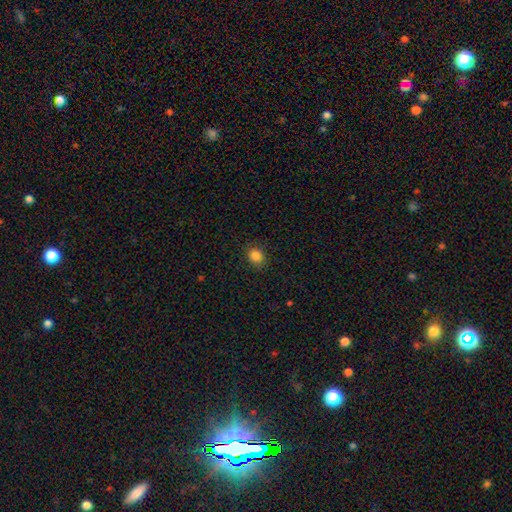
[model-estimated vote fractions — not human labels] The model was most divided on "how rounded": round: 67%, in between: 32%, cigar-shaped: 1%. More confident: merging — none (88%); smooth or featured — smooth (84%).